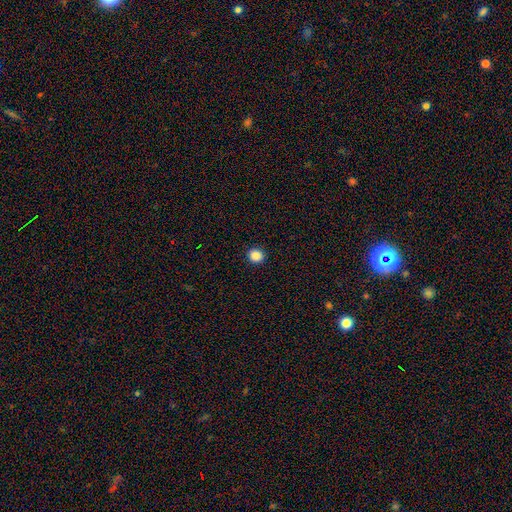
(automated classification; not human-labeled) smooth-or-featured: smooth: 87% | star or artifact: 10% | featured or disk: 3%
  how-rounded: round: 90% | in between: 9% | cigar-shaped: 1%
  merging: none: 93% | minor disturbance: 4% | major disturbance: 2% | merger: 1%